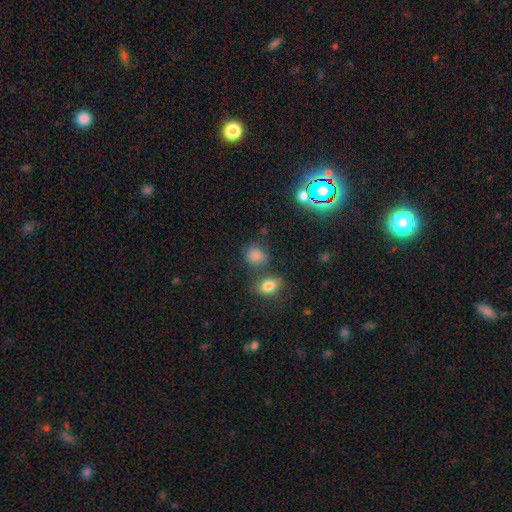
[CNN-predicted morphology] A smooth galaxy with no disk features (79%) that is round (66%).

Vote fractions:
- Smooth or featured? smooth: 79% / star or artifact: 14% / featured or disk: 6%
- How rounded? round: 66% / in between: 32% / cigar-shaped: 1%
- Merging? none: 66% / minor disturbance: 14% / merger: 14% / major disturbance: 5%